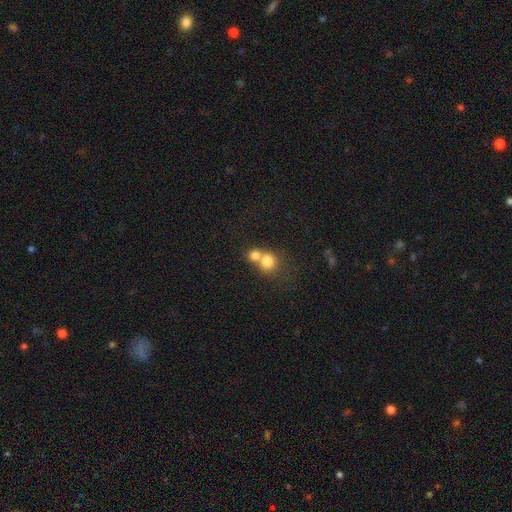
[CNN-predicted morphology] Smooth or featured? Predicted: smooth (p=0.63). How rounded? Predicted: round (p=0.79). Merging? Predicted: merger (p=0.50).